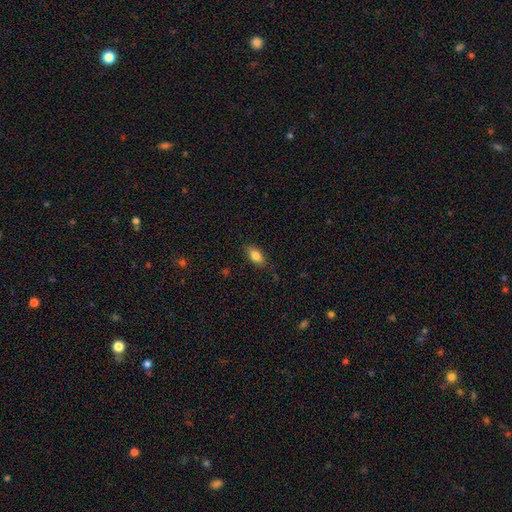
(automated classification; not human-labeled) smooth 81%, featured or disk 11%, star or artifact 8%. Down the decision tree: how rounded — in between (86%); merging — none (82%).